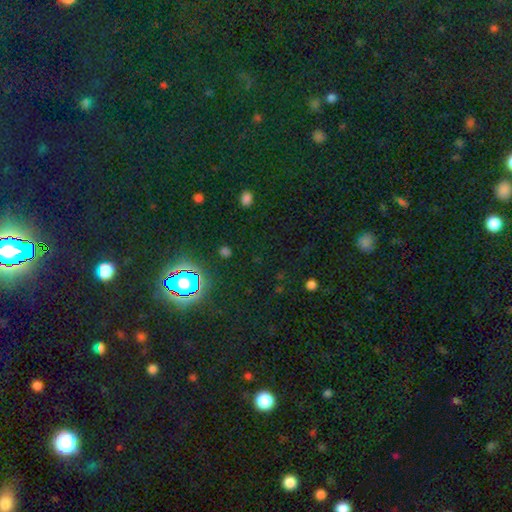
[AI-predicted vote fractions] This appears to be a star or artifact, not a galaxy (78%).